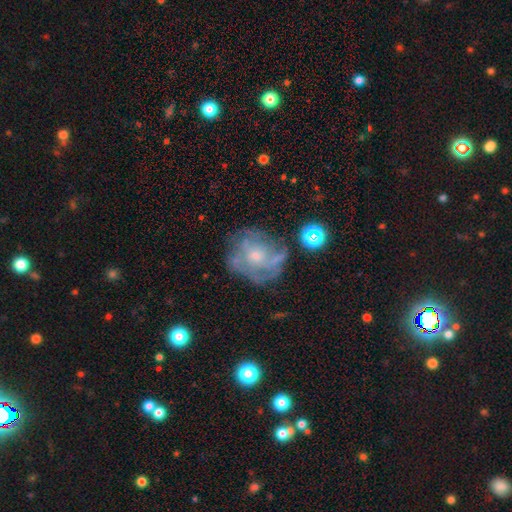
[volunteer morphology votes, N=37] featured or disk 73%, smooth 22%, star or artifact 5%. Down the decision tree: edge-on disk — no (100%); bar — no (85%); spiral arms — yes (74%); spiral arm count — can't tell (50%); spiral winding — tight (50%); bulge size — moderate (44%, tied with small); merging — none (57%).